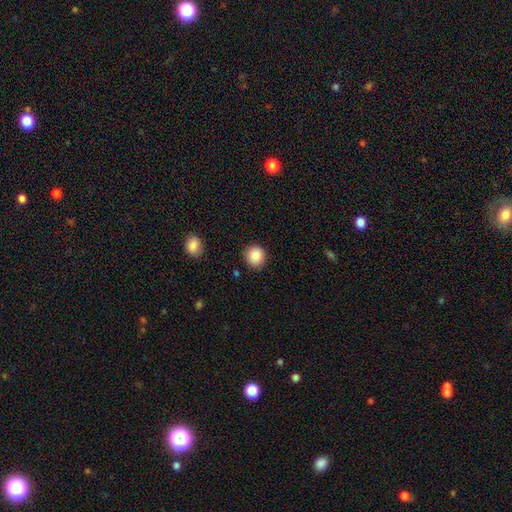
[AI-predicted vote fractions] This appears to be a smooth galaxy with no disk features (87%) that is round (88%). Merging: none (88%).